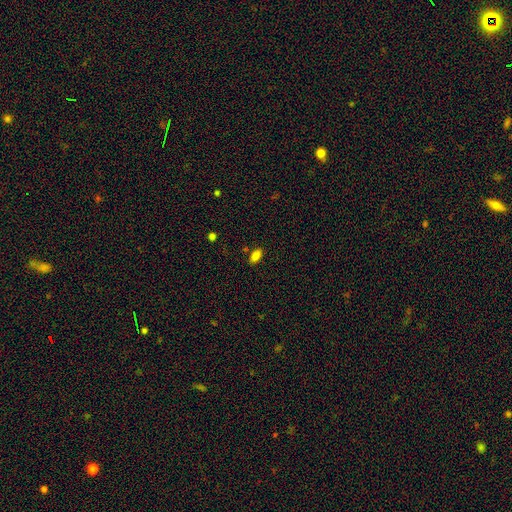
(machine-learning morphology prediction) Q: Smooth or featured?
A: smooth (83%); runner-up: star or artifact (10%)
Q: How rounded?
A: in between (91%); runner-up: round (5%)
Q: Merging?
A: none (84%); runner-up: minor disturbance (10%)